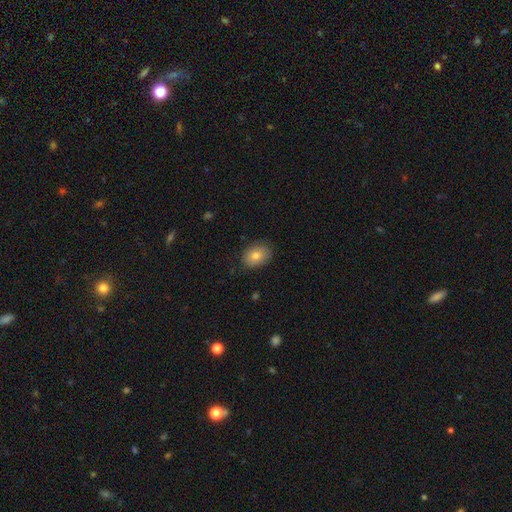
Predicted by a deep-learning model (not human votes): A smooth galaxy with no disk features (78%) that is in between round and cigar-shaped (73%).

Vote fractions:
- Smooth or featured? smooth: 78% / featured or disk: 14% / star or artifact: 8%
- How rounded? in between: 73% / round: 26% / cigar-shaped: 1%
- Merging? none: 83% / minor disturbance: 13% / major disturbance: 3% / merger: 1%